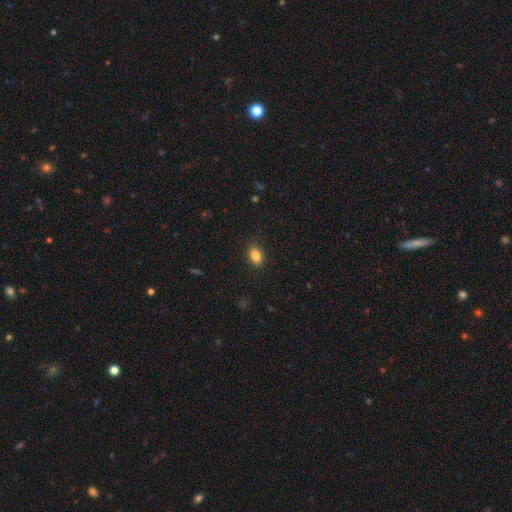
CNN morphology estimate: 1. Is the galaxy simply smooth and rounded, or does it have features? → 85% smooth, 9% star or artifact, 6% featured or disk.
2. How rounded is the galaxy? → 85% in between, 13% round, 3% cigar-shaped.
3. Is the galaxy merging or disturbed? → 85% none, 11% minor disturbance, 3% major disturbance, 1% merger.